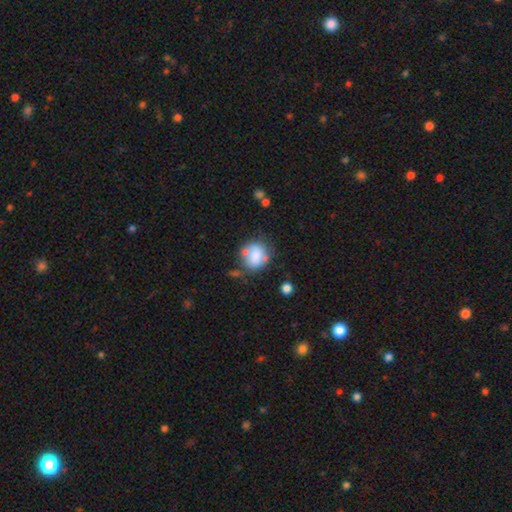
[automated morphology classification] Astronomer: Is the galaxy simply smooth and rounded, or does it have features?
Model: smooth — 73%.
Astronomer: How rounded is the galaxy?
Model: round — 67%.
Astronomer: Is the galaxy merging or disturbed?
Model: none — 52%.